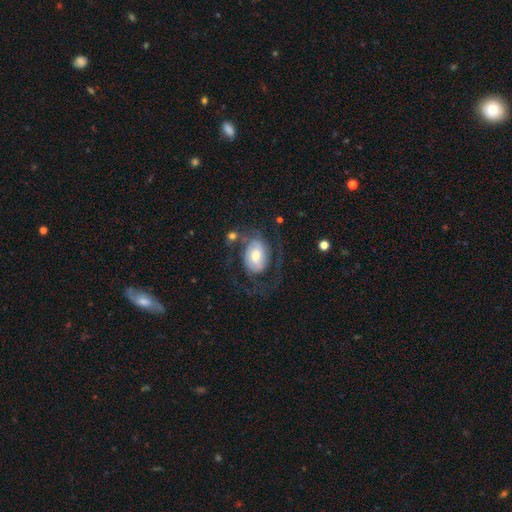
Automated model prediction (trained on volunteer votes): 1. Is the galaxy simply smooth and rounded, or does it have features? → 67% featured or disk, 27% smooth, 7% star or artifact.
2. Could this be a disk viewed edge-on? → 96% no, 4% yes.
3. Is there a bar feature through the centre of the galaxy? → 50% no, 37% weak, 14% strong.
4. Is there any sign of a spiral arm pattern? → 83% yes, 17% no.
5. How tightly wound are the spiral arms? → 43% medium, 31% loose, 26% tight.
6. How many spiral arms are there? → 65% 2, 15% can't tell, 10% 1, 6% 3, 2% 4, 2% more than 4.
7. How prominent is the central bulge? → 57% moderate, 30% small, 10% large, 2% dominant, 2% none.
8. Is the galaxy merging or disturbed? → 47% none, 30% major disturbance, 17% minor disturbance, 5% merger.